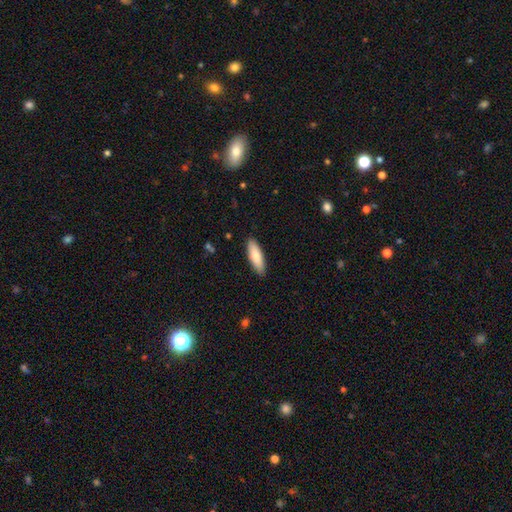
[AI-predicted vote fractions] This is clearly a smooth galaxy (84%). How rounded: possibly in between (50%). Merging: clearly none (89%).